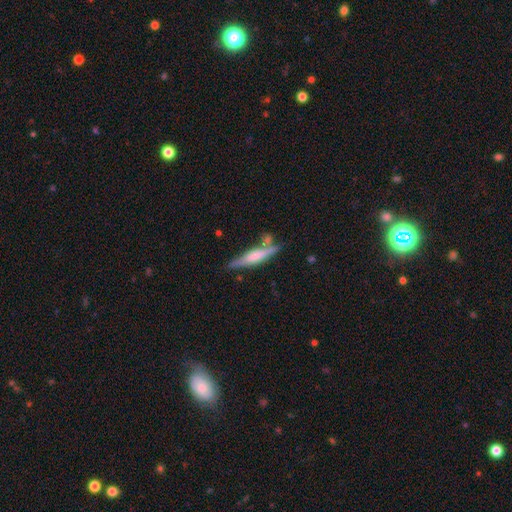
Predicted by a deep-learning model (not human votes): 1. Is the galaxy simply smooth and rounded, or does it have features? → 55% featured or disk, 38% smooth, 6% star or artifact.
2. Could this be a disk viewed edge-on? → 95% yes, 5% no.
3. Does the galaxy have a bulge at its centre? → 56% rounded, 29% boxy, 15% none.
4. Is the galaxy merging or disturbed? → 71% none, 15% minor disturbance, 10% merger, 4% major disturbance.